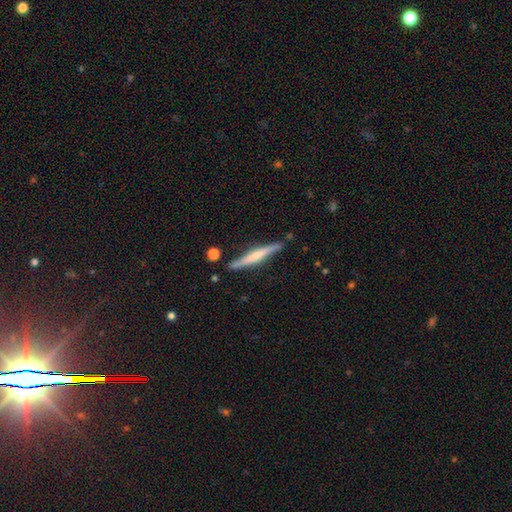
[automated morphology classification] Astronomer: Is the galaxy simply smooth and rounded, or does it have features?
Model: featured or disk — 56% (runner-up: smooth, 38%).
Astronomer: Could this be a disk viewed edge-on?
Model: yes — 96%.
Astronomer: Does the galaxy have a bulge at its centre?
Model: rounded — 42% (runner-up: none, 36%).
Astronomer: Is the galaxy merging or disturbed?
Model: none — 84%.